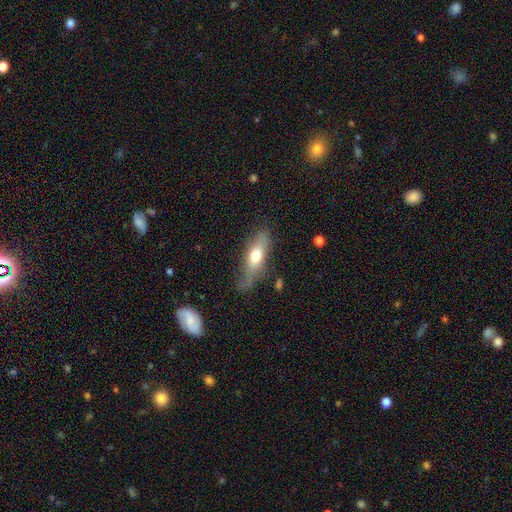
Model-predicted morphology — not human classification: smooth-or-featured: smooth: 59% | featured or disk: 34% | star or artifact: 7%
  how-rounded: in between: 49% | cigar-shaped: 47% | round: 3%
  merging: none: 60% | minor disturbance: 27% | major disturbance: 10% | merger: 3%